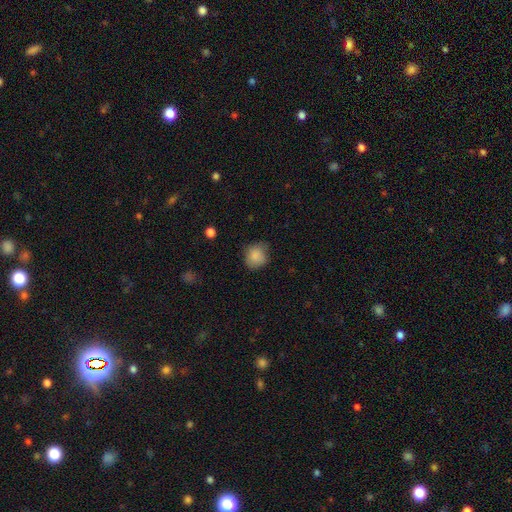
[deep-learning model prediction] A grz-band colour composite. It shows a smooth galaxy with no disk features (86%) that is round (80%). Merging: none (71%).